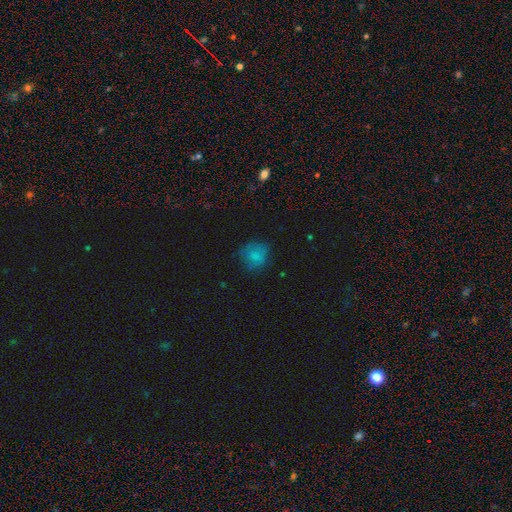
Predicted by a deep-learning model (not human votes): smooth_or_featured: smooth (p=0.75) [alt: star or artifact p=0.13]
how_rounded: round (p=0.80) [alt: in between p=0.19]
merging: none (p=0.66) [alt: minor disturbance p=0.22]